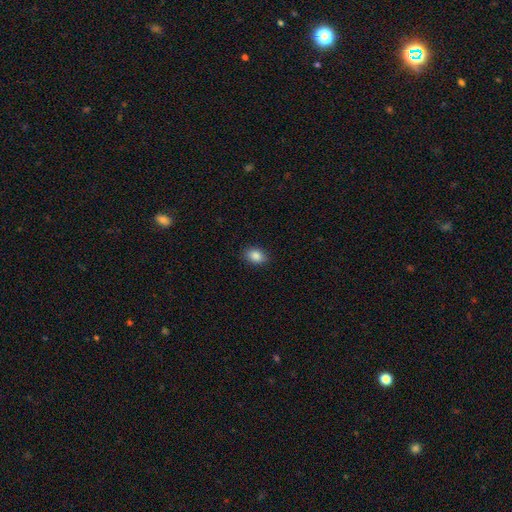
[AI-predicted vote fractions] Smooth or featured? smooth (87%)
How rounded? in between (75%)
Merging? none (87%)